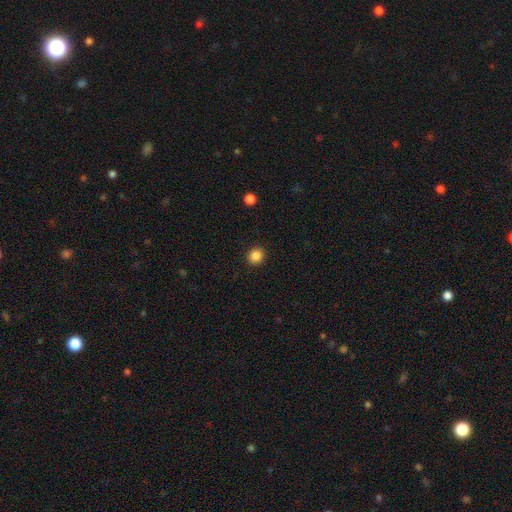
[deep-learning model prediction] A smooth galaxy with no disk features (86%) that is round (91%). Merging: none (92%).